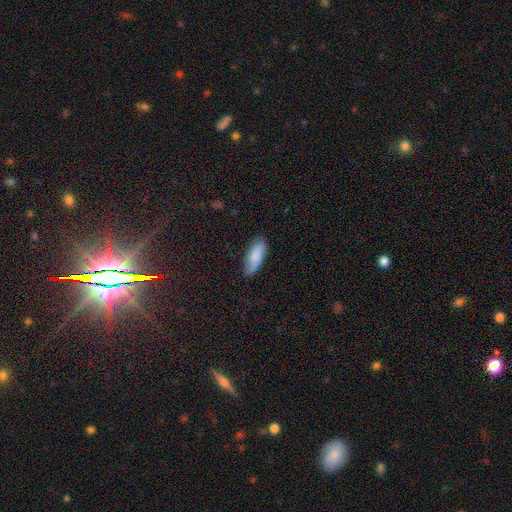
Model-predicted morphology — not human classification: Smooth or featured? Predicted: smooth (p=0.79). How rounded? Predicted: in between (p=0.74). Merging? Predicted: none (p=0.68).